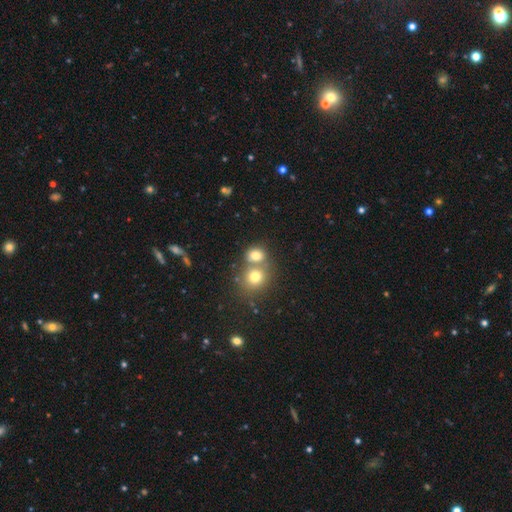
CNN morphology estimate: Overall: smooth (76%). How rounded: round (66%; in between 33%). Merging: merger (48%; none 41%).